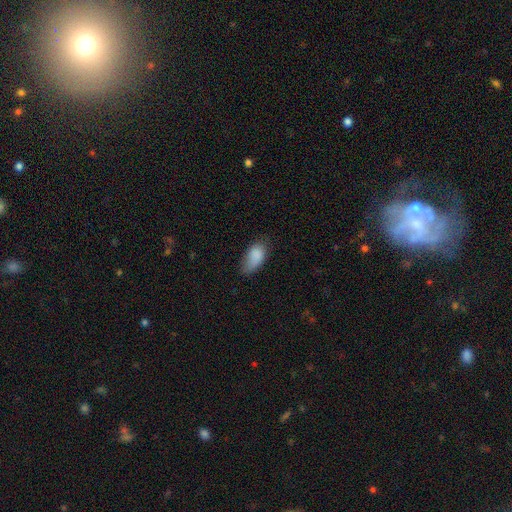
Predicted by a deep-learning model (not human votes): This appears to be a smooth galaxy with no disk features (85%) that is in between round and cigar-shaped (93%). Merging: none (54%).